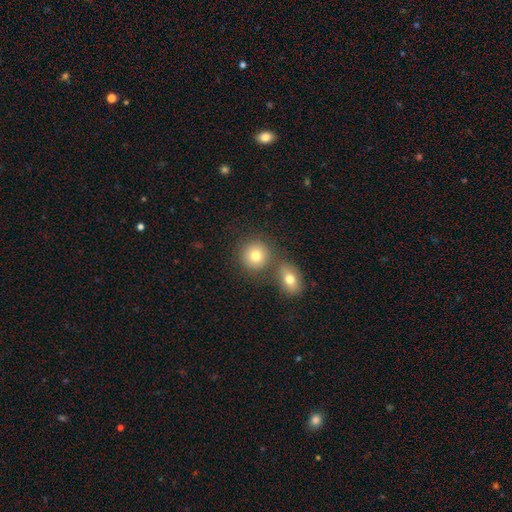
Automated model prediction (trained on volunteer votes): smooth-or-featured: smooth: 77% | featured or disk: 12% | star or artifact: 11%
  how-rounded: round: 86% | in between: 13% | cigar-shaped: 1%
  merging: none: 63% | merger: 25% | minor disturbance: 9% | major disturbance: 3%